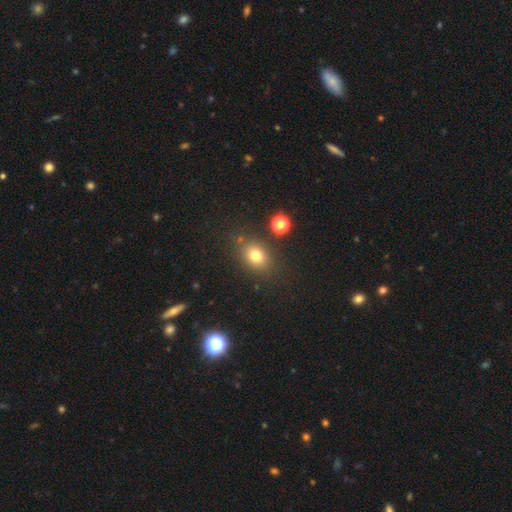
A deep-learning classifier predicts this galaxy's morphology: This is likely a smooth galaxy (77%). How rounded: possibly in between (54%). Merging: likely none (78%).